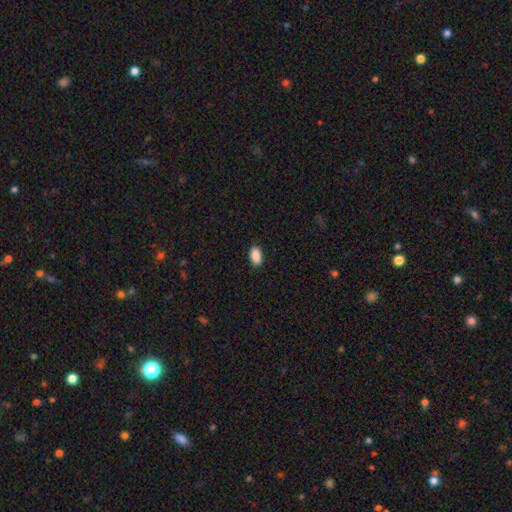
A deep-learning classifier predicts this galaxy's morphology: A smooth galaxy with no disk features (90%) that is in between round and cigar-shaped (94%).

Vote fractions:
- Smooth or featured? smooth: 90% / star or artifact: 7% / featured or disk: 3%
- How rounded? in between: 94% / round: 4% / cigar-shaped: 3%
- Merging? none: 90% / minor disturbance: 7% / major disturbance: 2% / merger: 1%